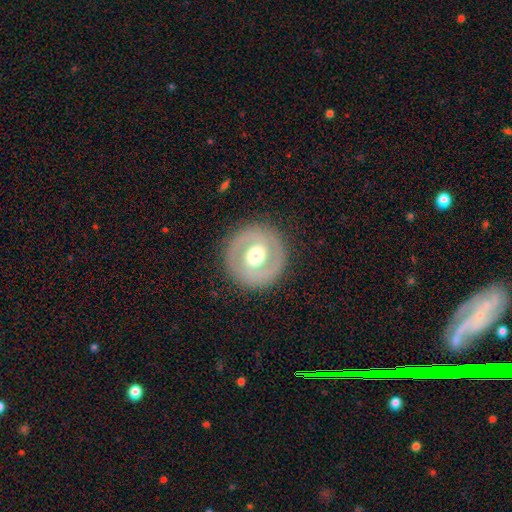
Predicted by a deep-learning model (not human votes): smooth-or-featured: featured or disk: 61% | smooth: 33% | star or artifact: 6%
  disk-edge-on: no: 96% | yes: 4%
    bar: no: 61% | weak: 27% | strong: 12%
    has-spiral-arms: no: 59% | yes: 41%
    bulge-size: moderate: 61% | large: 29% | small: 5% | dominant: 4% | none: 1%
  merging: none: 87% | minor disturbance: 8% | major disturbance: 4% | merger: 1%